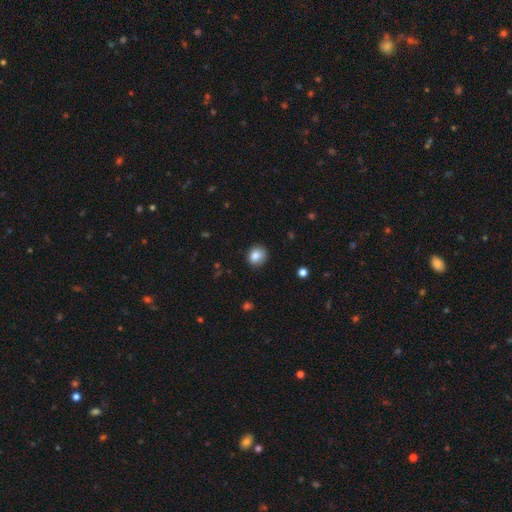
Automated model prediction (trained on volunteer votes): Morphology: type=smooth (85%); roundness=round (72%); merging=none (80%).